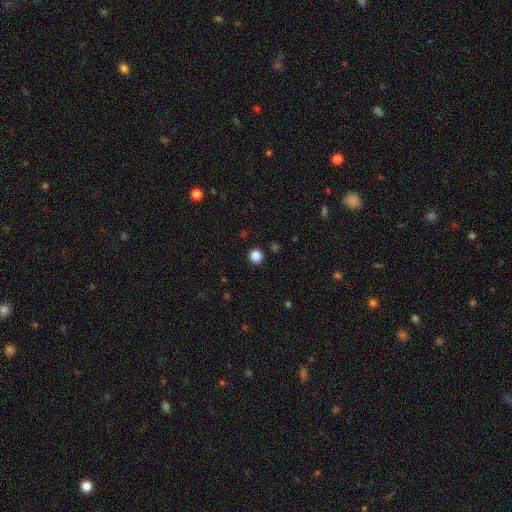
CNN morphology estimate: smooth-or-featured: smooth: 86% | star or artifact: 11% | featured or disk: 3%
  how-rounded: round: 91% | in between: 8% | cigar-shaped: 1%
  merging: none: 92% | minor disturbance: 5% | major disturbance: 2% | merger: 1%